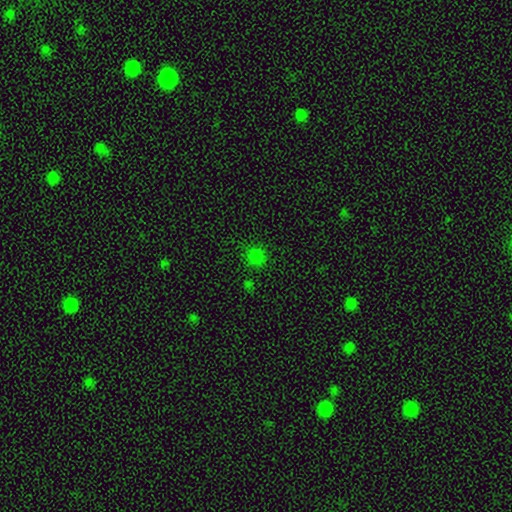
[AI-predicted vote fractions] Morphology: type=smooth (76%); roundness=round (91%); merging=none (85%).